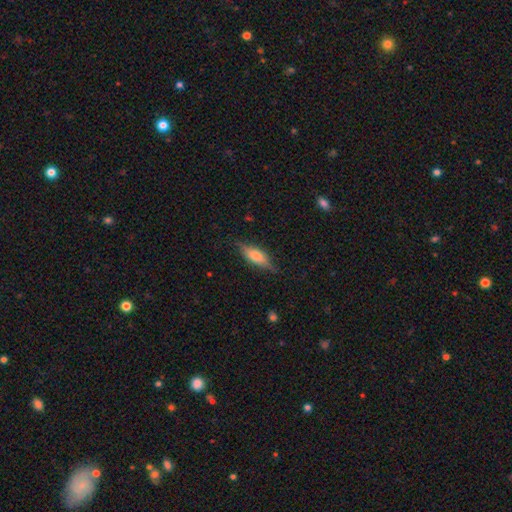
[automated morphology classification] Overall: smooth (51%; featured or disk 42%). How rounded: in between (56%; cigar-shaped 41%). Merging: none (77%).